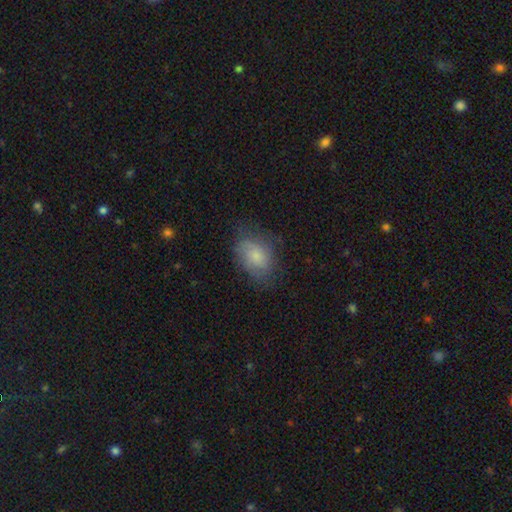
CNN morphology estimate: smooth 69%, featured or disk 23%, star or artifact 8%. Down the decision tree: how rounded — in between (77%); merging — none (63%).